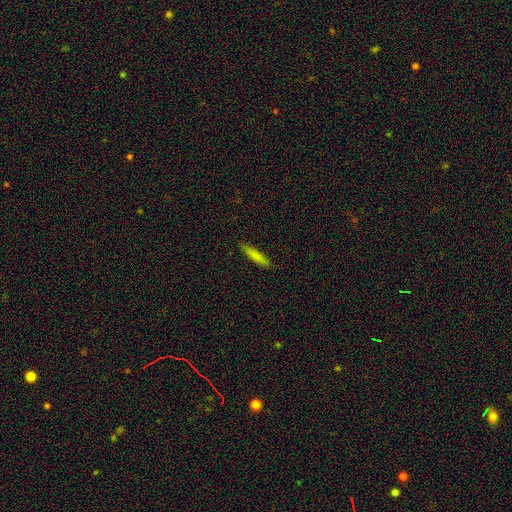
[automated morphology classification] The model was most divided on "smooth or featured": smooth: 77%, featured or disk: 16%, star or artifact: 7%. More confident: how rounded — cigar-shaped (88%); merging — none (87%).